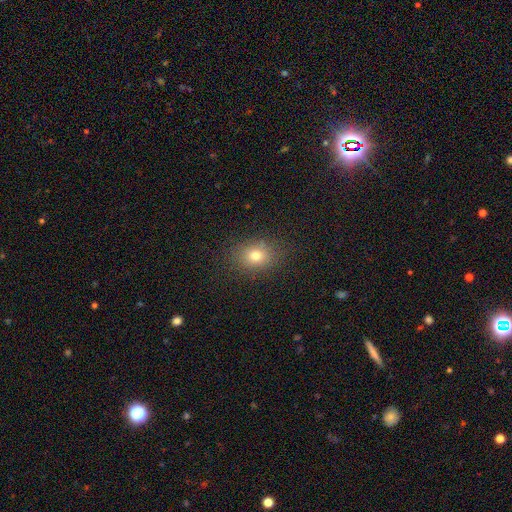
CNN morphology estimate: Smooth or featured: smooth — 75% (star or artifact — 14%)
How rounded: in between — 50% (round — 49%)
Merging: none — 83% (minor disturbance — 12%)